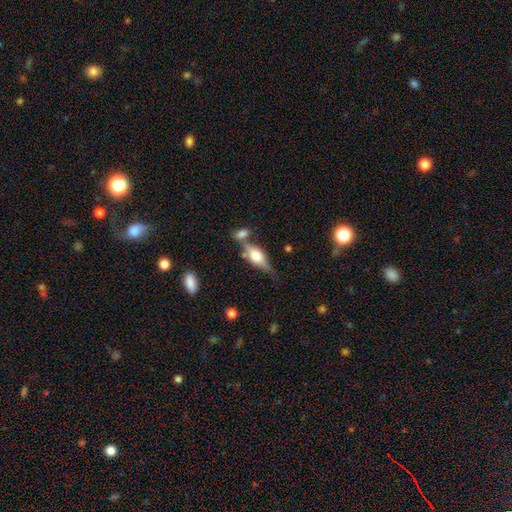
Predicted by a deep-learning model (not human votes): smooth-or-featured: featured or disk: 50% | smooth: 42% | star or artifact: 8%
  disk-edge-on: yes: 88% | no: 12%
  merging: none: 50% | merger: 24% | minor disturbance: 19% | major disturbance: 7%